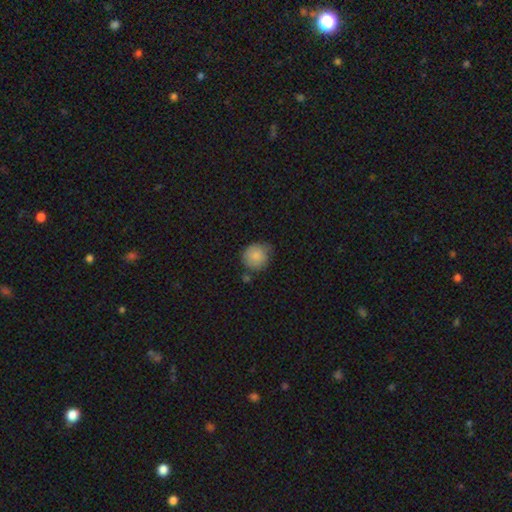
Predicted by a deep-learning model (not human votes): Smooth or featured: smooth — 85% (star or artifact — 8%)
How rounded: round — 89% (in between — 10%)
Merging: none — 62% (minor disturbance — 26%)